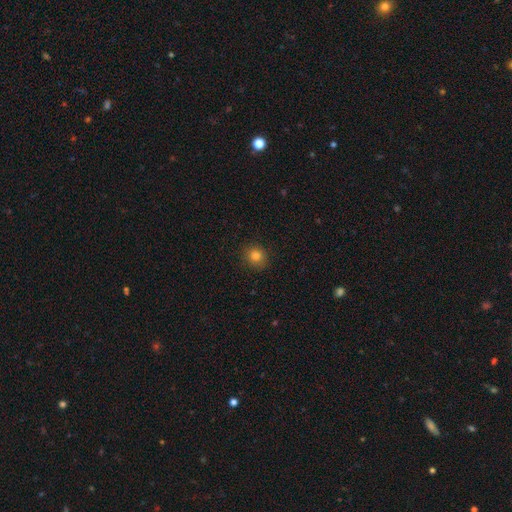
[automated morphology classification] smooth-or-featured: smooth: 82% | star or artifact: 13% | featured or disk: 5%
  how-rounded: round: 84% | in between: 15% | cigar-shaped: 1%
  merging: none: 89% | minor disturbance: 8% | major disturbance: 2% | merger: 1%